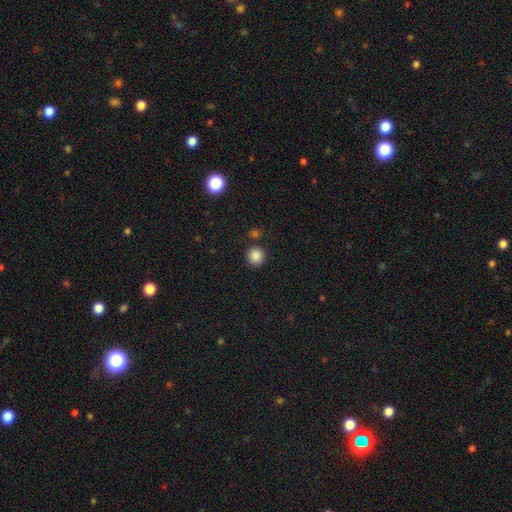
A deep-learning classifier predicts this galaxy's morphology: Smooth or featured? Predicted: smooth (p=0.87). How rounded? Predicted: round (p=0.93). Merging? Predicted: none (p=0.86).